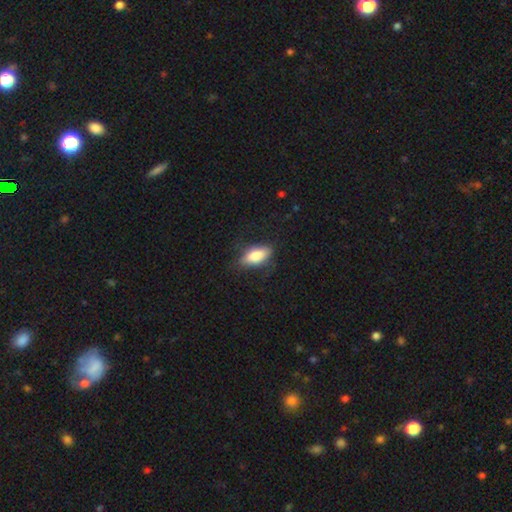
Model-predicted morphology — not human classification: This appears to be a smooth galaxy with no disk features (79%) that is in between round and cigar-shaped (82%). Merging: none (74%).